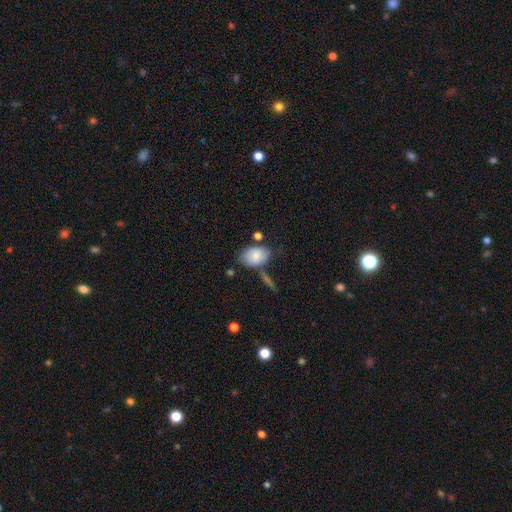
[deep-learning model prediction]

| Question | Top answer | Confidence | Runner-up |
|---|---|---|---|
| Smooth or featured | smooth | 80% | featured or disk (13%) |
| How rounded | in between | 85% | round (13%) |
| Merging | none | 63% | minor disturbance (19%) |